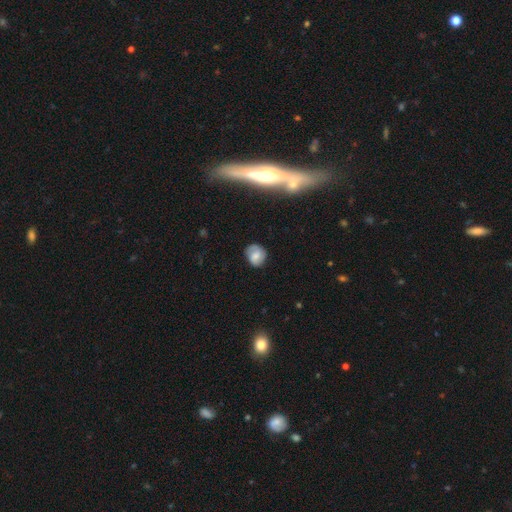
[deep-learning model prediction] A smooth galaxy with no disk features (56%) that is round (69%). Merging: none (76%).